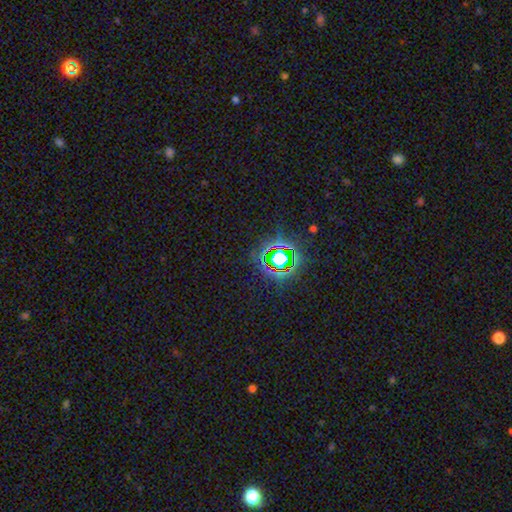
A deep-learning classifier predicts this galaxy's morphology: A star or artifact, not a galaxy (79%).

Vote fractions:
- Smooth or featured? star or artifact: 79% / smooth: 13% / featured or disk: 8%